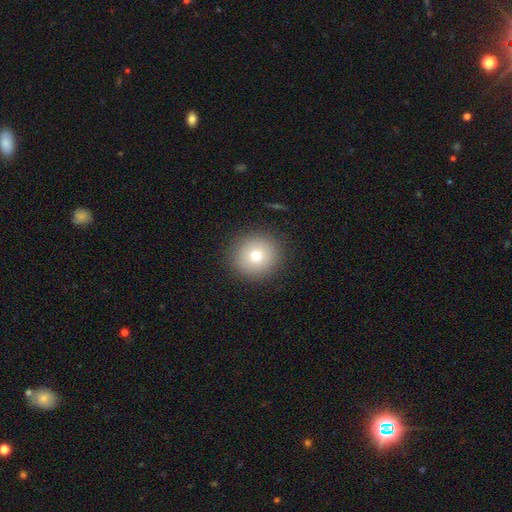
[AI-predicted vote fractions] Smooth or featured: smooth — 74% (featured or disk — 13%)
How rounded: round — 92% (in between — 7%)
Merging: none — 90% (minor disturbance — 6%)